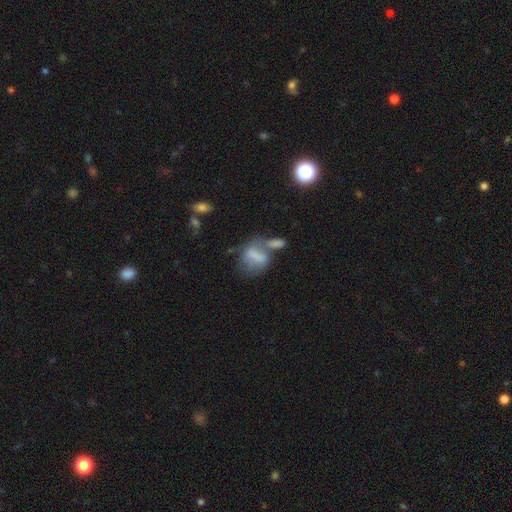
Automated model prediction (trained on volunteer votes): A smooth galaxy with no disk features (61%) that is in between round and cigar-shaped (65%). Merging: merger (45%).